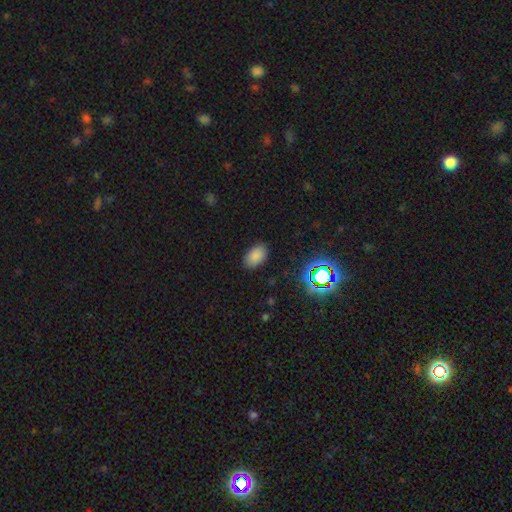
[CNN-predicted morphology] smooth-or-featured: smooth: 82% | star or artifact: 13% | featured or disk: 5%
  how-rounded: in between: 92% | round: 7% | cigar-shaped: 1%
  merging: none: 86% | minor disturbance: 10% | major disturbance: 3% | merger: 1%